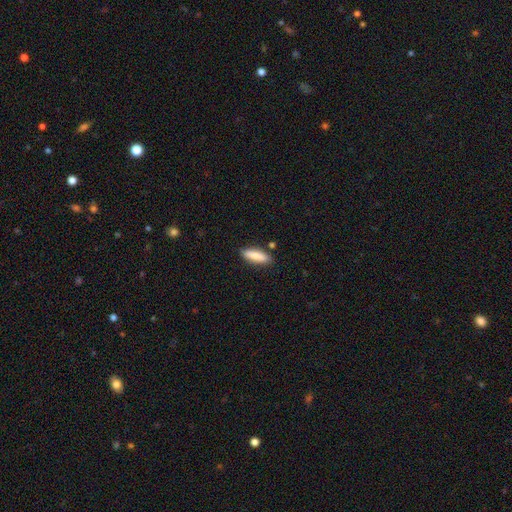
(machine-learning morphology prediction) smooth-or-featured: smooth: 85% | featured or disk: 9% | star or artifact: 6%
  how-rounded: cigar-shaped: 50% | in between: 48% | round: 2%
  merging: none: 84% | minor disturbance: 11% | merger: 3% | major disturbance: 2%